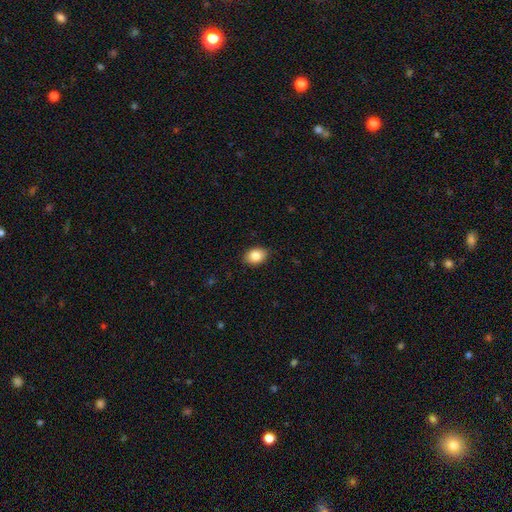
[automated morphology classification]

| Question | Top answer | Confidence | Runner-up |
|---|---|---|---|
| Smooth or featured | smooth | 85% | star or artifact (8%) |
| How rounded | in between | 76% | round (23%) |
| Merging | none | 88% | minor disturbance (9%) |